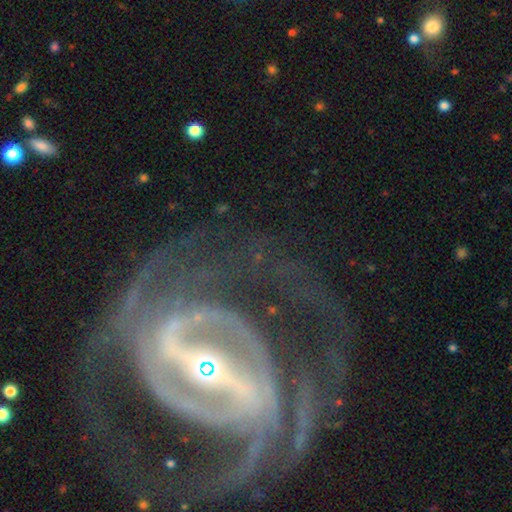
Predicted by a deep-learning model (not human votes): featured or disk 92%, star or artifact 5%, smooth 3%. Down the decision tree: edge-on disk — no (96%); bar — strong (83%); spiral arms — yes (97%); spiral arm count — 2 (49%); spiral winding — tight (47%); bulge size — small (74%); merging — none (63%).